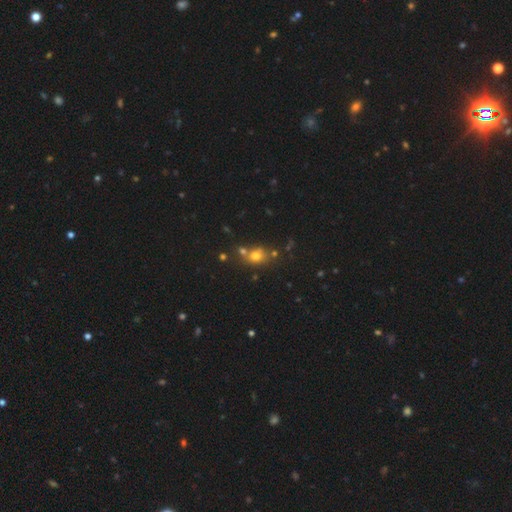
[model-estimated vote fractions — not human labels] Smooth or featured: smooth — 69% (star or artifact — 18%)
How rounded: round — 59% (in between — 39%)
Merging: none — 55% (merger — 26%)